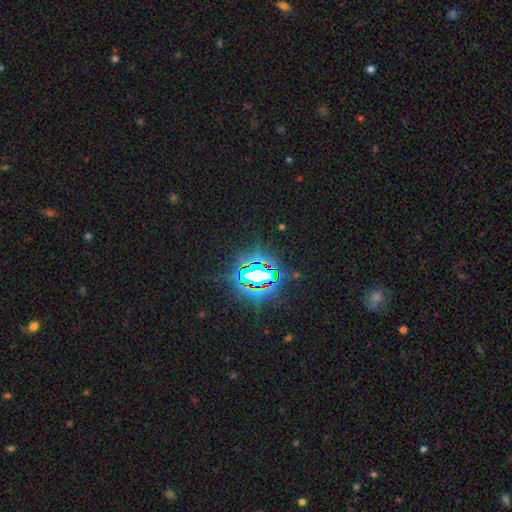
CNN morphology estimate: star or artifact 83%, smooth 10%, featured or disk 7%.